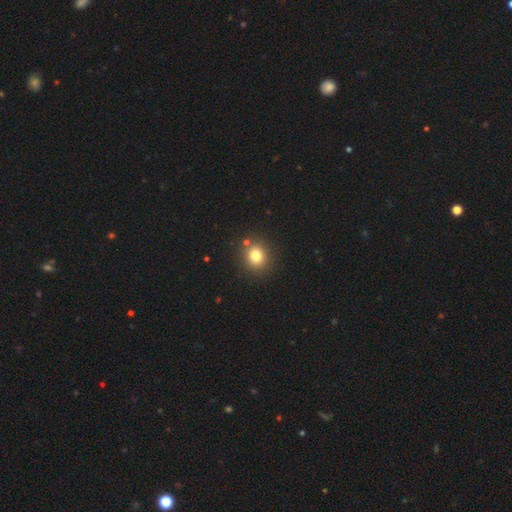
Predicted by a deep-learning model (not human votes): Smooth or featured? Predicted: smooth (p=0.79). How rounded? Predicted: round (p=0.83). Merging? Predicted: none (p=0.84).